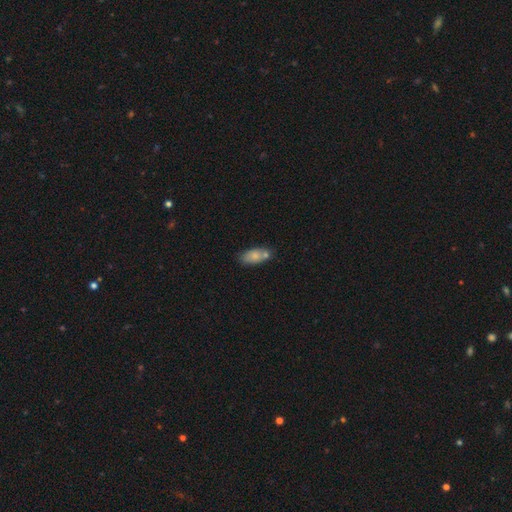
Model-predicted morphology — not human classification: smooth 74%, featured or disk 18%, star or artifact 8%. Down the decision tree: how rounded — in between (86%); merging — none (55%).